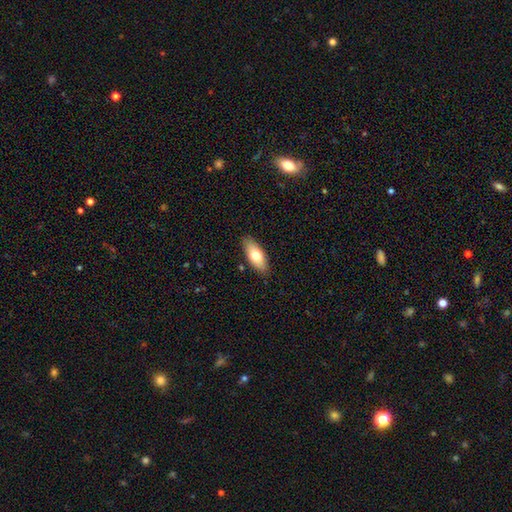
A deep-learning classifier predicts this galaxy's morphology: smooth_or_featured: smooth (p=0.71) [alt: featured or disk p=0.23]
how_rounded: in between (p=0.82) [alt: cigar-shaped p=0.16]
merging: none (p=0.87) [alt: minor disturbance p=0.10]